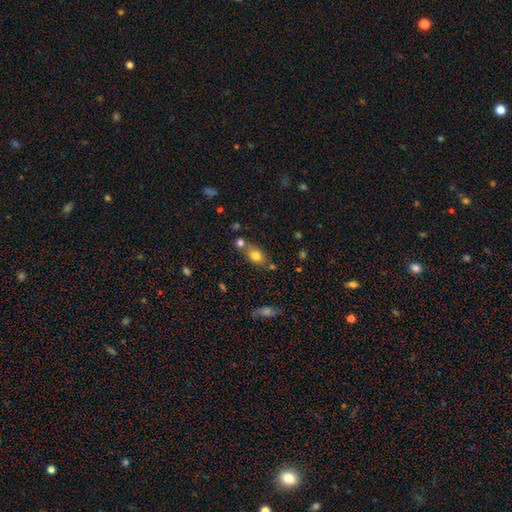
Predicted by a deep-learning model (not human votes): A smooth galaxy with no disk features (75%) that is in between round and cigar-shaped (67%). Merging: none (53%).